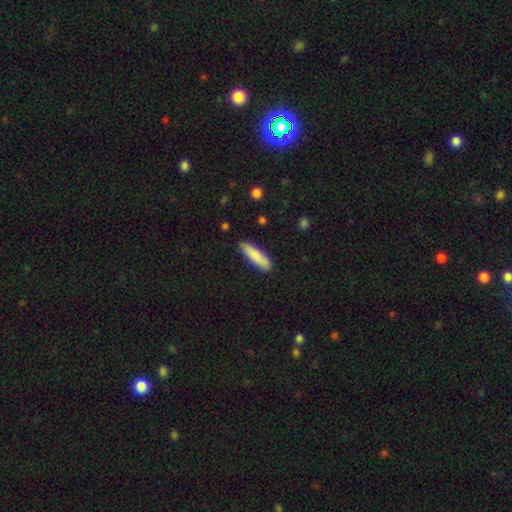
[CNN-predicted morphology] Overall: smooth (85%). How rounded: cigar-shaped (68%; in between 30%). Merging: none (84%).